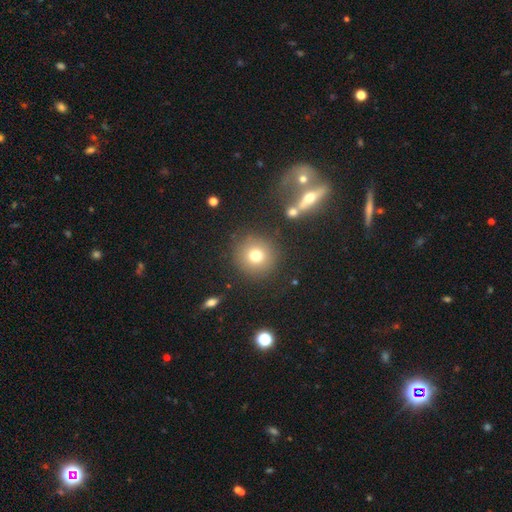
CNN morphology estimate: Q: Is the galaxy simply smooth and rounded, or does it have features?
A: smooth — 75%.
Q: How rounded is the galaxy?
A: round — 94%.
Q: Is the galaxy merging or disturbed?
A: none — 86%.